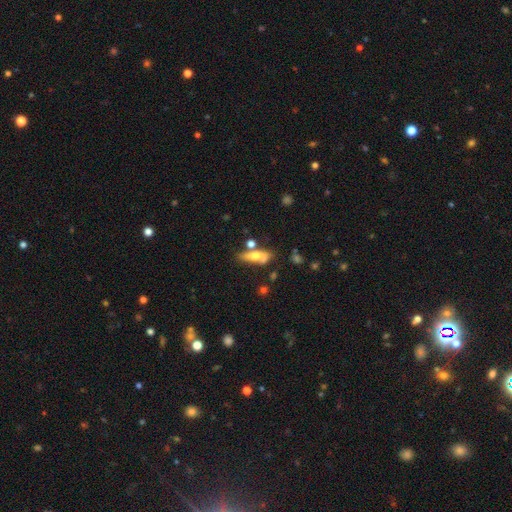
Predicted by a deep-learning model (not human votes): Overall: smooth (55%; featured or disk 37%). How rounded: in between (52%; cigar-shaped 43%). Merging: none (50%; merger 21%).